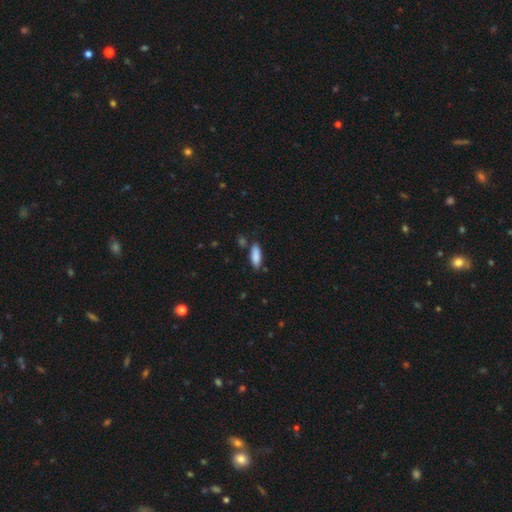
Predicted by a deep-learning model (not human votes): Morphology: type=smooth (88%); roundness=in between (70%); merging=none (78%).